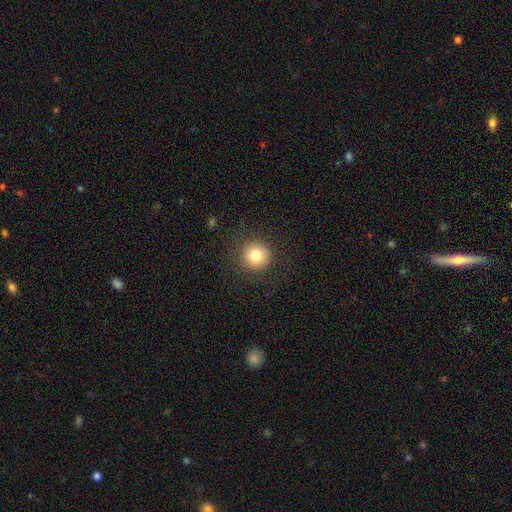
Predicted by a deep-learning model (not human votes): Smooth or featured?
  - smooth: 81% *
  - star or artifact: 11%
  - featured or disk: 8%
How rounded?
  - round: 95% *
  - in between: 4%
  - cigar-shaped: 1%
Merging?
  - none: 89% *
  - minor disturbance: 7%
  - major disturbance: 3%
  - merger: 1%